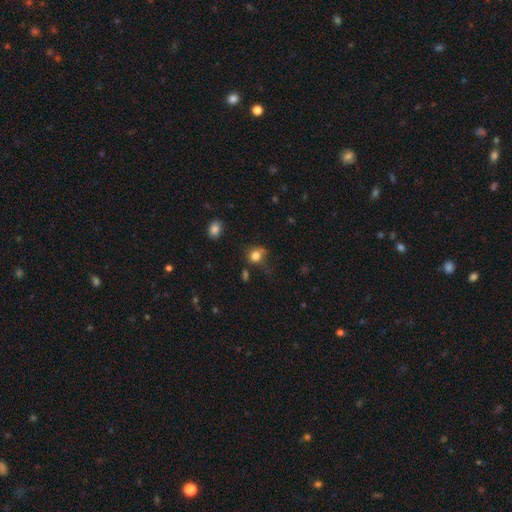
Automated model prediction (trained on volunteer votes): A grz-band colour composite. It shows a smooth galaxy with no disk features (80%) that is round (70%). Merging: none (54%).